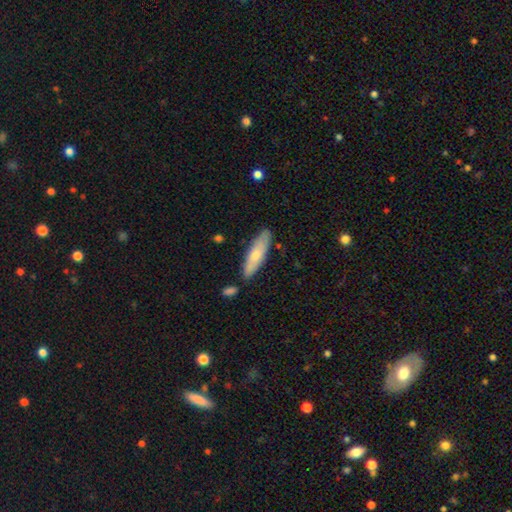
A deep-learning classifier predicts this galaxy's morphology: smooth_or_featured: smooth (p=0.70) [alt: featured or disk p=0.25]
how_rounded: cigar-shaped (p=0.63) [alt: in between p=0.35]
merging: none (p=0.81) [alt: minor disturbance p=0.13]